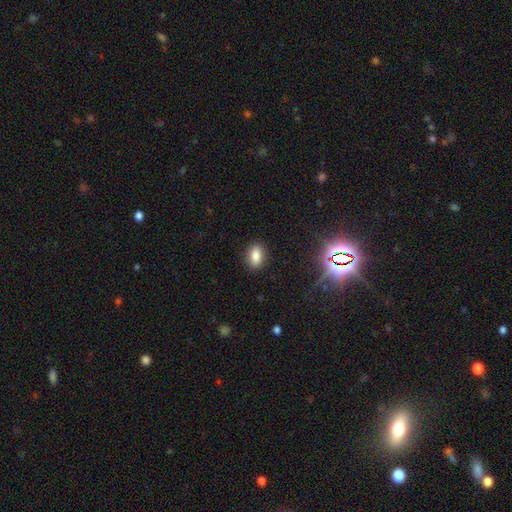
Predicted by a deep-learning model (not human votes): Smooth or featured? Predicted: smooth (p=0.81). How rounded? Predicted: in between (p=0.83). Merging? Predicted: none (p=0.88).